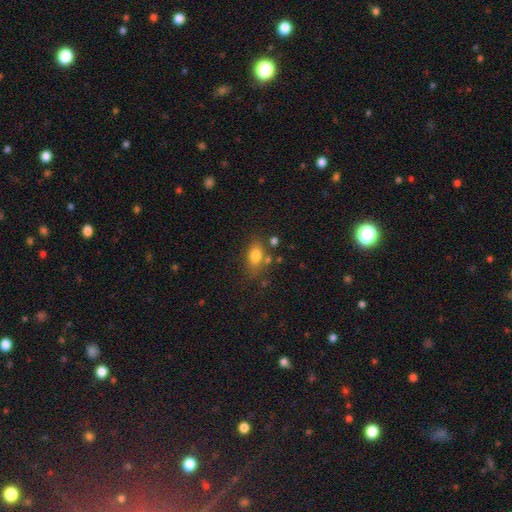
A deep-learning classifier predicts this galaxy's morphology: This is likely a smooth galaxy (79%). How rounded: clearly in between (81%). Merging: likely none (66%).